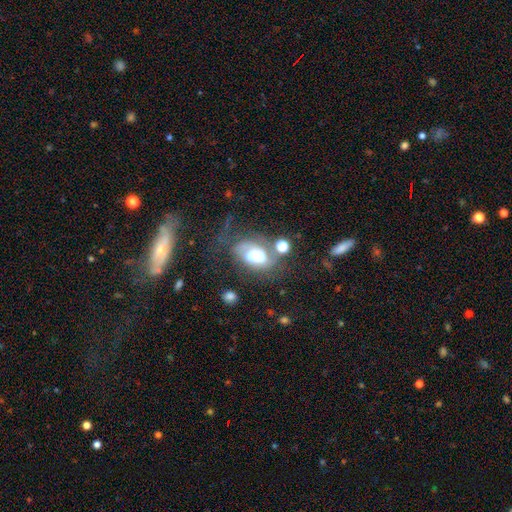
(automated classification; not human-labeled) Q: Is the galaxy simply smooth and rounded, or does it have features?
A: featured or disk — 61%.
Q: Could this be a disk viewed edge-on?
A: no — 96%.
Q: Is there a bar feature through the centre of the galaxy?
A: no — 61%.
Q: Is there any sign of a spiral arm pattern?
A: yes — 80%.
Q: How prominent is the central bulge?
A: large — 38%.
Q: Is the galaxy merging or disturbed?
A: major disturbance — 33%.